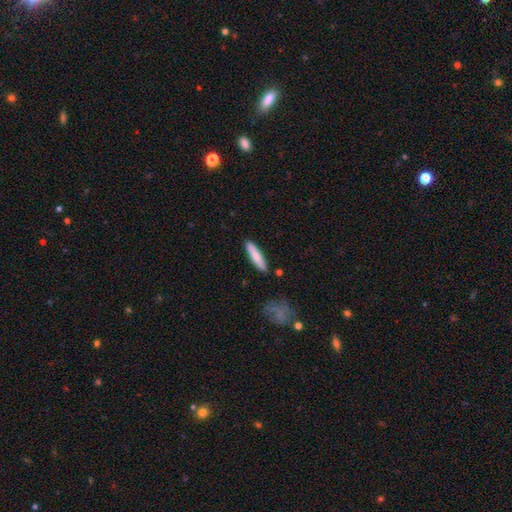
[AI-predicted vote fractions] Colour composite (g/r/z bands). It shows a smooth galaxy with no disk features (76%) that is cigar-shaped (77%). Merging: none (87%).